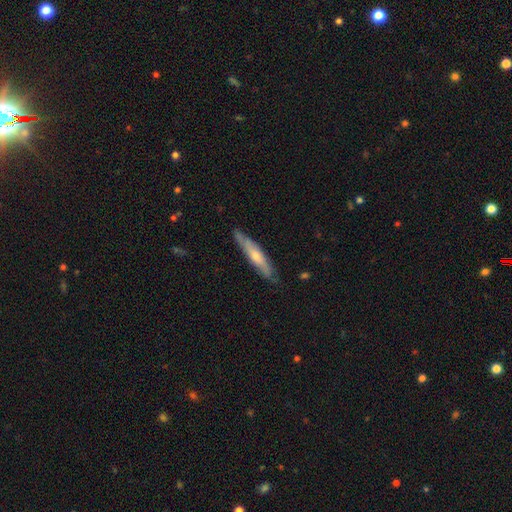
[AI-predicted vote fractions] The model was most divided on "smooth or featured": smooth: 50%, featured or disk: 45%, star or artifact: 5%. More confident: how rounded — cigar-shaped (88%); merging — none (80%).